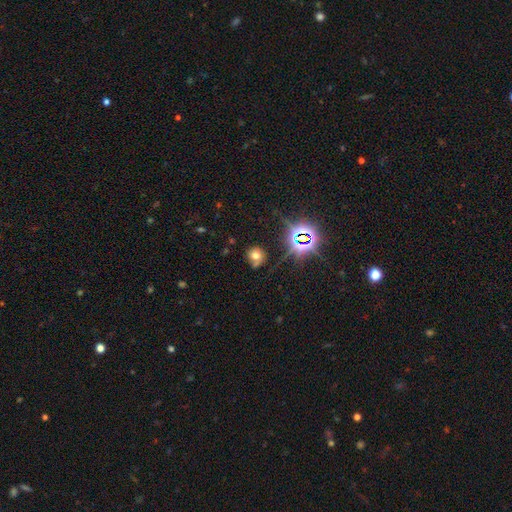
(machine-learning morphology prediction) Smooth or featured?
  - smooth: 58% *
  - star or artifact: 28%
  - featured or disk: 14%
How rounded?
  - round: 80% *
  - in between: 19%
  - cigar-shaped: 1%
Merging?
  - none: 65% *
  - minor disturbance: 18%
  - merger: 10%
  - major disturbance: 8%